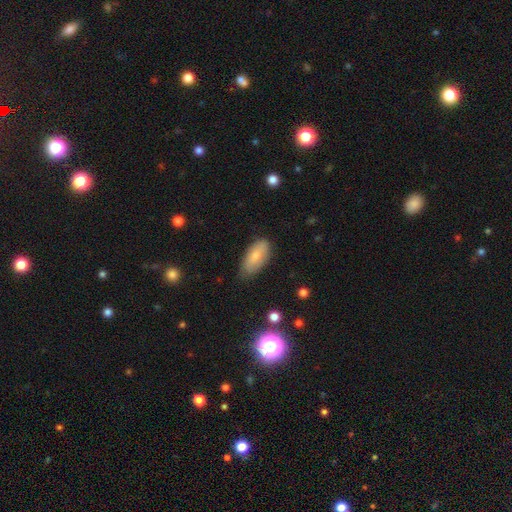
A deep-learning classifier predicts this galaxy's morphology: type=smooth (74%); roundness=in between (90%); merging=none (72%).